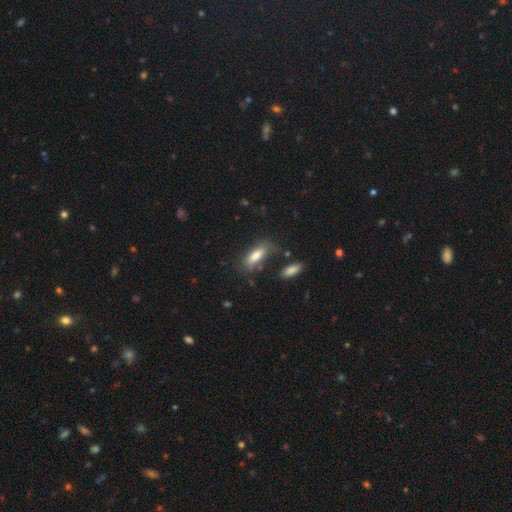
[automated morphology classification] The model was most divided on "how rounded": in between: 65%, cigar-shaped: 33%, round: 2%. More confident: smooth or featured — smooth (77%); merging — none (62%).